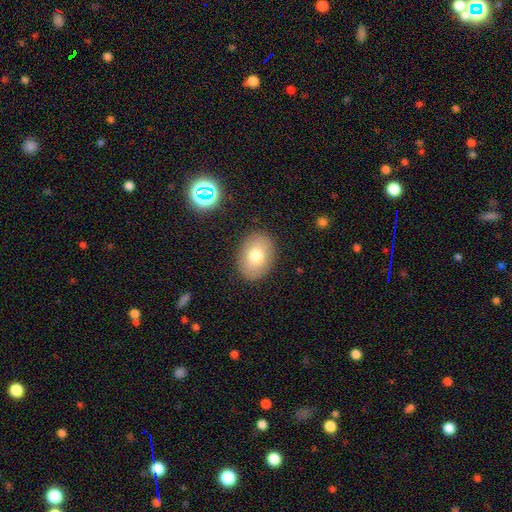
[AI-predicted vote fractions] smooth-or-featured: smooth: 74% | featured or disk: 17% | star or artifact: 9%
  how-rounded: in between: 72% | round: 27% | cigar-shaped: 1%
  merging: none: 87% | minor disturbance: 9% | major disturbance: 3% | merger: 1%